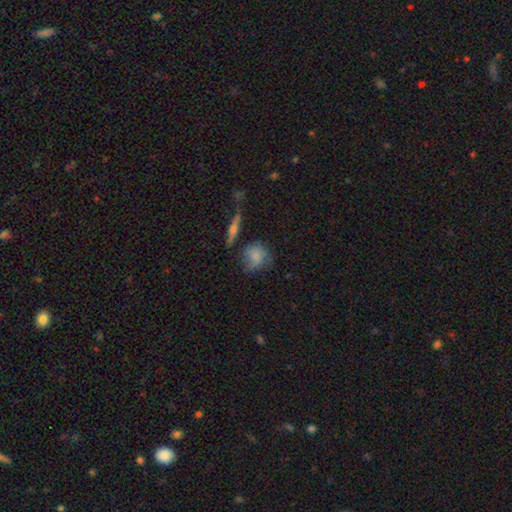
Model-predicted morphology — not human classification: smooth 71%, featured or disk 19%, star or artifact 10%. Down the decision tree: how rounded — round (69%); merging — none (54%).